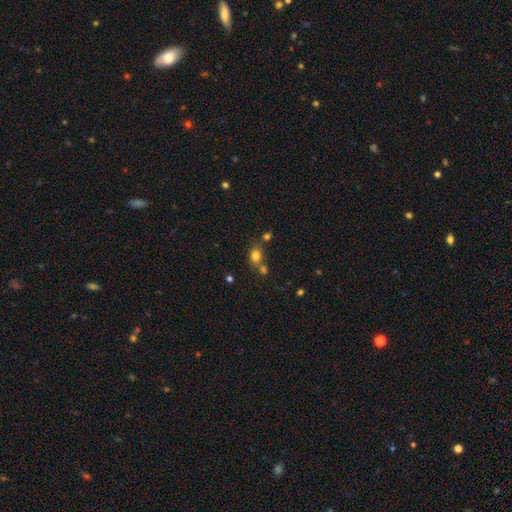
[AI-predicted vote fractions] Morphology: type=smooth (77%); roundness=round (50%); merging=none (57%).